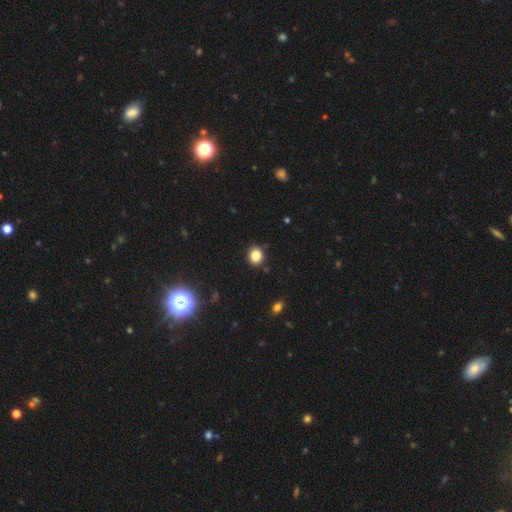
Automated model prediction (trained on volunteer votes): Smooth or featured: smooth — 83% (star or artifact — 12%)
How rounded: round — 76% (in between — 23%)
Merging: none — 89% (minor disturbance — 7%)